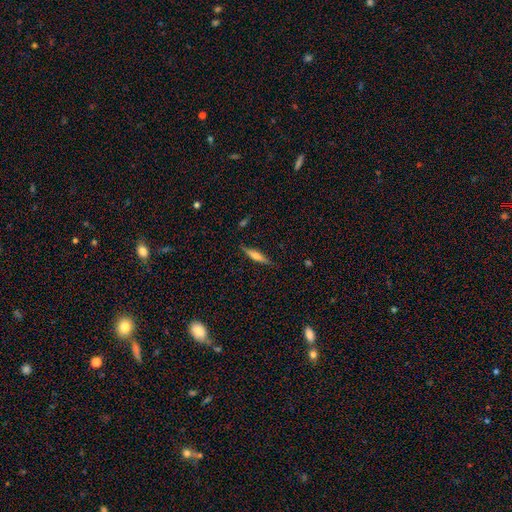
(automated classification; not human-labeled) Overall: smooth (49%; featured or disk 45%). Merging: none (85%).